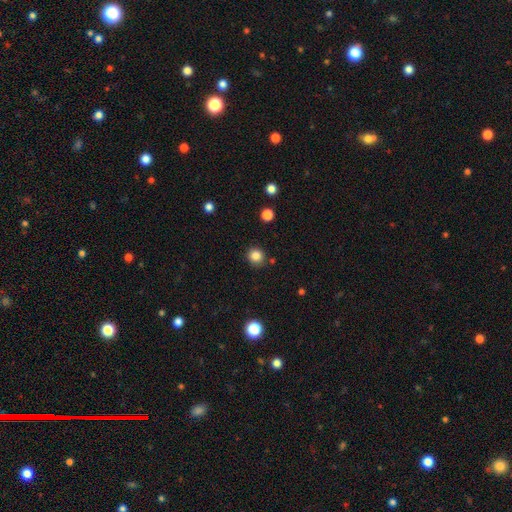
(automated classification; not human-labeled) This is clearly a smooth galaxy (85%). How rounded: clearly round (90%). Merging: clearly none (86%).